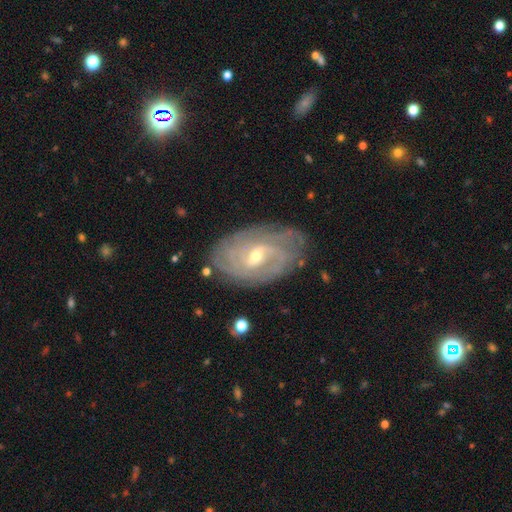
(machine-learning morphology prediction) featured or disk 85%, smooth 8%, star or artifact 6%. Down the decision tree: edge-on disk — no (95%); bar — weak (55%); spiral arms — yes (95%); spiral arm count — can't tell (39%); spiral winding — tight (71%); bulge size — moderate (50%); merging — none (78%).